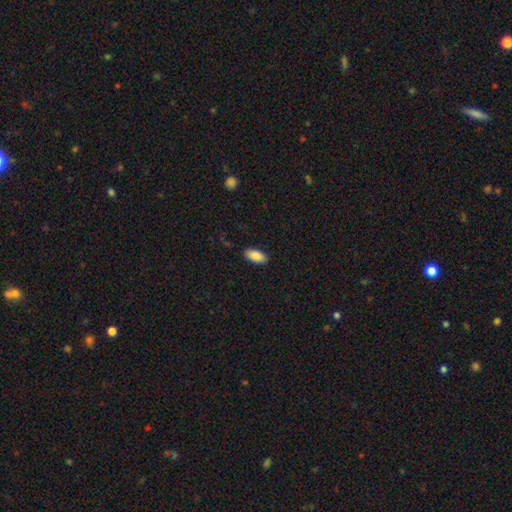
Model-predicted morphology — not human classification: Smooth or featured?
  - smooth: 88% *
  - star or artifact: 7%
  - featured or disk: 5%
How rounded?
  - in between: 91% *
  - cigar-shaped: 7%
  - round: 2%
Merging?
  - none: 89% *
  - minor disturbance: 8%
  - major disturbance: 2%
  - merger: 1%